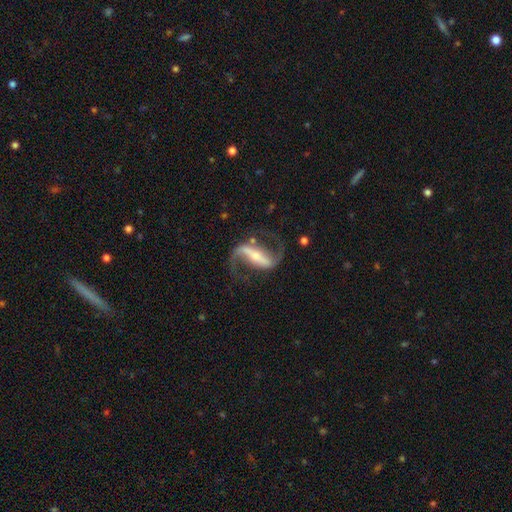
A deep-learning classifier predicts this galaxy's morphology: A featured or disk galaxy (91%) with a strong bar (73%), 2 (93%) loose (61%) spiral arms (97%) and a small central bulge (56%). Merging: none (74%).